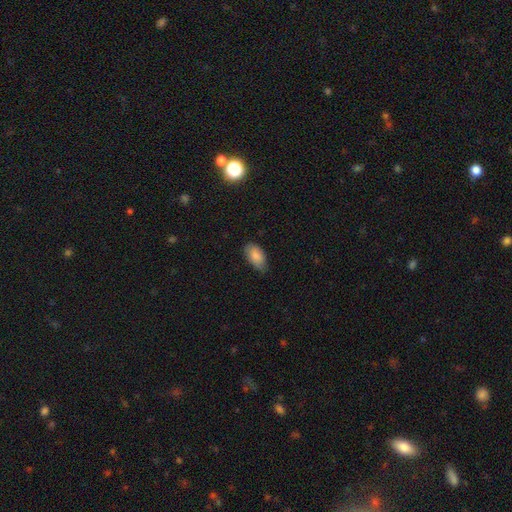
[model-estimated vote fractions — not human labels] A smooth galaxy with no disk features (85%) that is in between round and cigar-shaped (94%).

Vote fractions:
- Smooth or featured? smooth: 85% / featured or disk: 9% / star or artifact: 7%
- How rounded? in between: 94% / round: 4% / cigar-shaped: 3%
- Merging? none: 64% / minor disturbance: 30% / major disturbance: 5% / merger: 1%